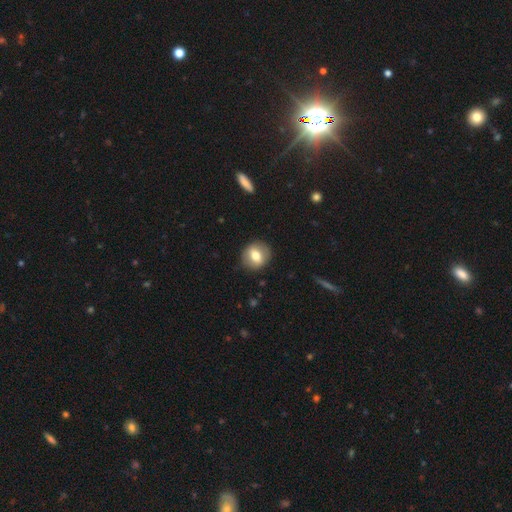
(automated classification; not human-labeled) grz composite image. It shows a smooth galaxy with no disk features (68%) that is round (76%). Merging: none (86%).